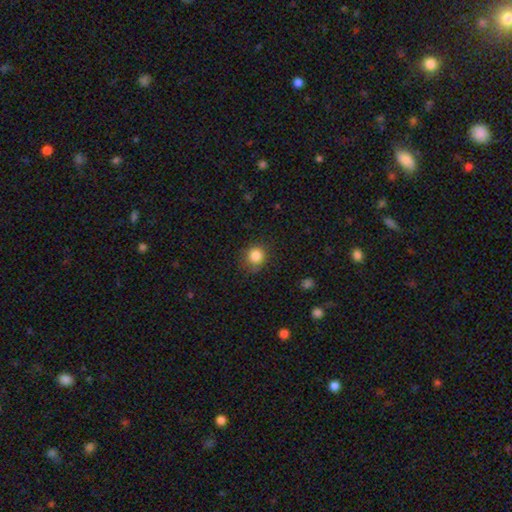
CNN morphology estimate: This appears to be a smooth galaxy with no disk features (84%) that is round (86%). Merging: none (75%).